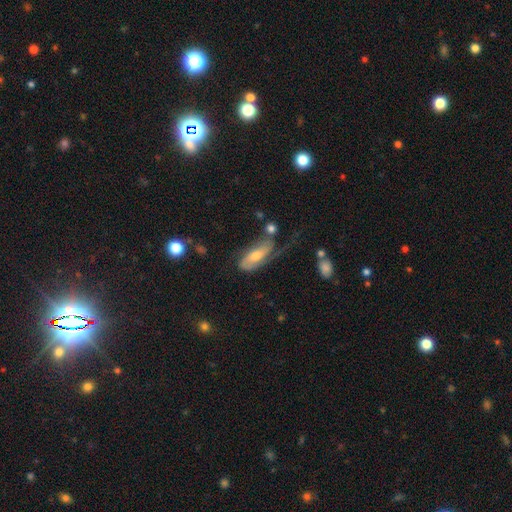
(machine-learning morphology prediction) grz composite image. It shows a featured or disk galaxy (56%). Merging: none (35%).